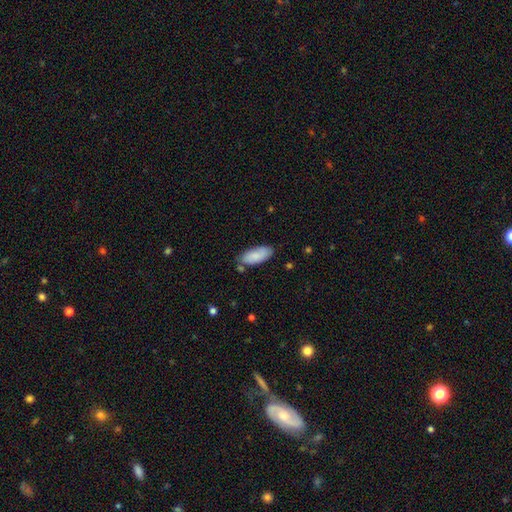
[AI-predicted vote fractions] Smooth or featured? Predicted: smooth (p=0.83). How rounded? Predicted: in between (p=0.85). Merging? Predicted: none (p=0.73).